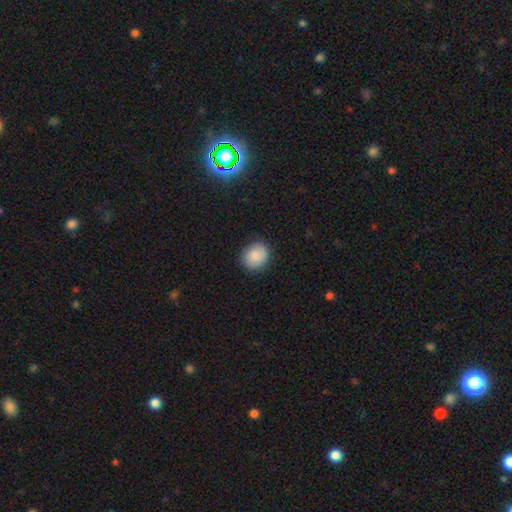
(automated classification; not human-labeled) smooth_or_featured: smooth (p=0.83) [alt: featured or disk p=0.09]
how_rounded: round (p=0.71) [alt: in between p=0.28]
merging: none (p=0.87) [alt: minor disturbance p=0.10]